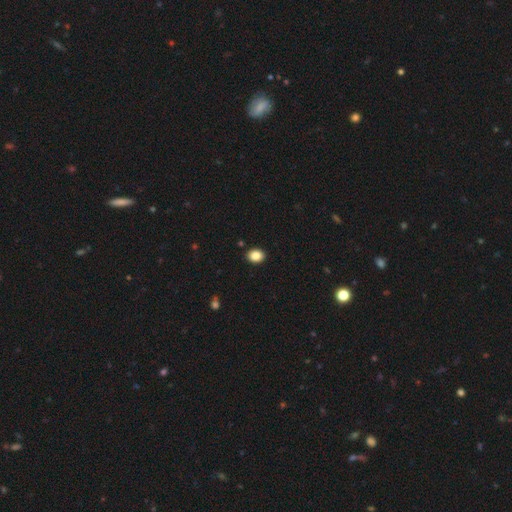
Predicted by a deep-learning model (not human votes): smooth_or_featured: smooth (p=0.86) [alt: star or artifact p=0.09]
how_rounded: in between (p=0.56) [alt: round p=0.44]
merging: none (p=0.91) [alt: minor disturbance p=0.06]